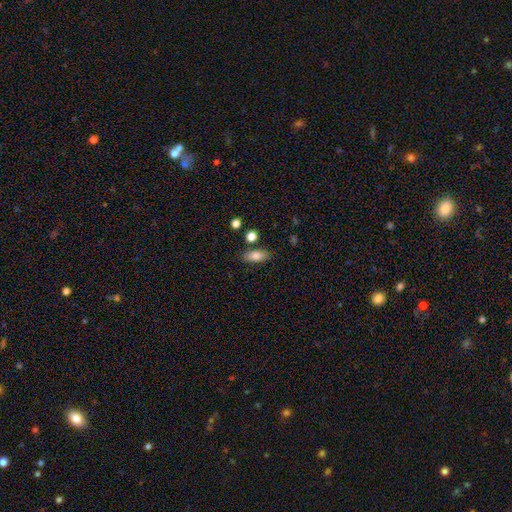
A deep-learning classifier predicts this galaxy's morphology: smooth_or_featured: smooth (p=0.83) [alt: featured or disk p=0.09]
how_rounded: in between (p=0.83) [alt: cigar-shaped p=0.12]
merging: none (p=0.80) [alt: minor disturbance p=0.12]